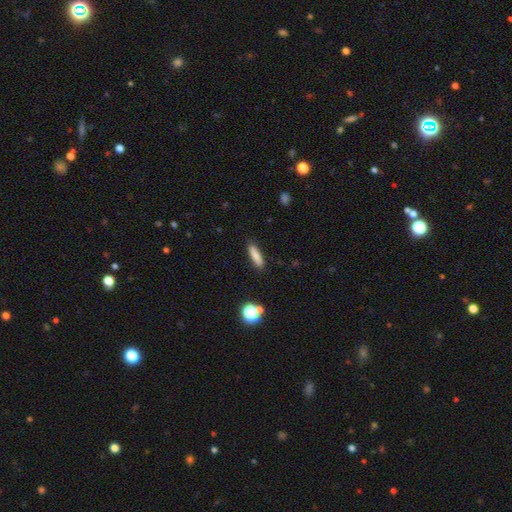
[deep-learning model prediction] Overall: smooth (80%). How rounded: cigar-shaped (65%; in between 32%). Merging: none (88%).